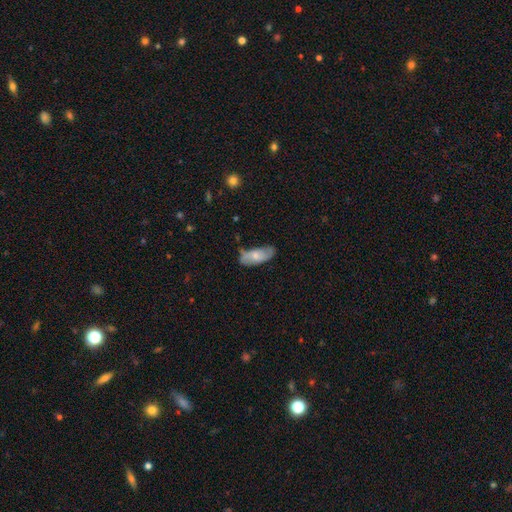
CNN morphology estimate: Smooth or featured? Predicted: smooth (p=0.64). How rounded? Predicted: in between (p=0.84). Merging? Predicted: none (p=0.59).